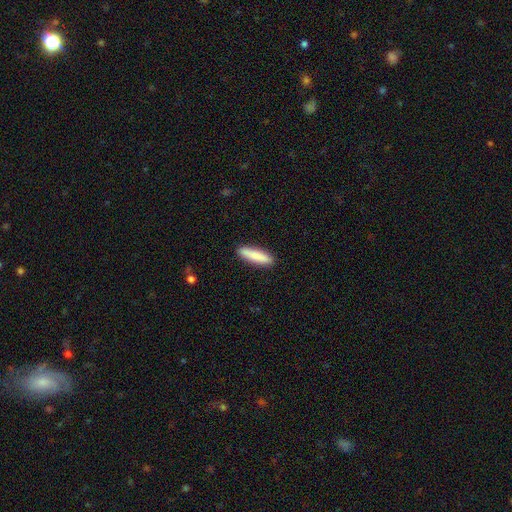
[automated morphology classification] Overall: smooth (84%). How rounded: cigar-shaped (80%). Merging: none (90%).